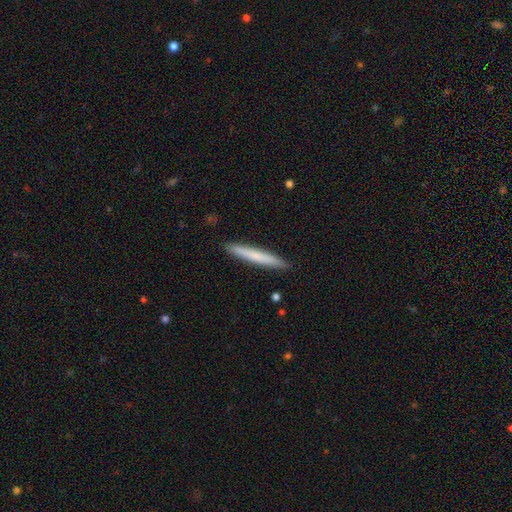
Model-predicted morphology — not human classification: A smooth galaxy with no disk features (68%) that is cigar-shaped (96%). Merging: none (92%).